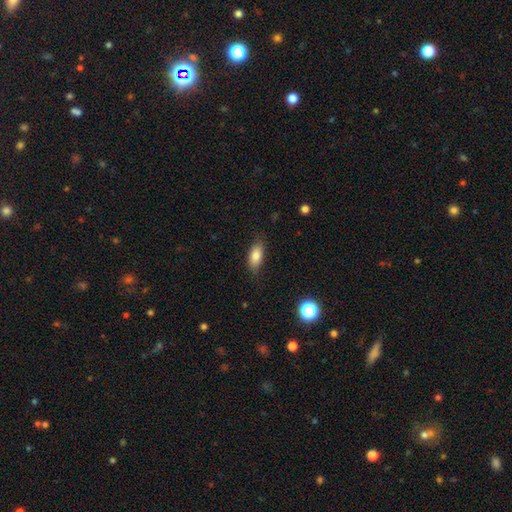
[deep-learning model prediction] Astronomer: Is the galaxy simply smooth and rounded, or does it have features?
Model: smooth — 82%.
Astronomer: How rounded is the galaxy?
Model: in between — 87%.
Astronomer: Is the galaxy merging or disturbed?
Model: none — 81%.